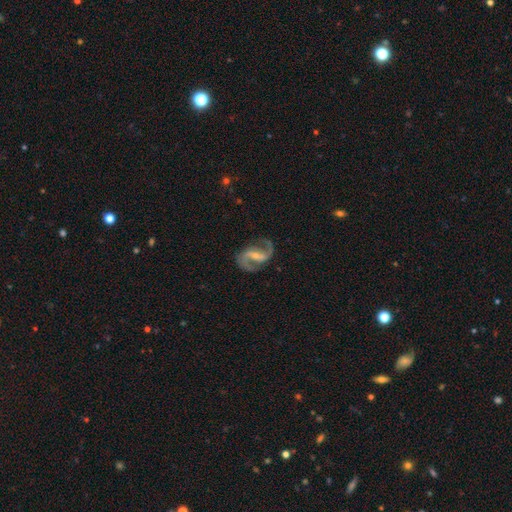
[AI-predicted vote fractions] smooth-or-featured: featured or disk: 92% | star or artifact: 4% | smooth: 4%
  disk-edge-on: no: 98% | yes: 2%
    bar: strong: 47% | weak: 39% | no: 15%
    has-spiral-arms: yes: 98% | no: 2%
      spiral-winding: medium: 52% | loose: 38% | tight: 11%
      spiral-arm-count: 2: 94% | 1: 2% | can't tell: 1% | 3: 1% | 4: 1% | more than 4: 1%
    bulge-size: small: 61% | moderate: 32% | none: 5% | large: 1% | dominant: 1%
  merging: none: 81% | minor disturbance: 12% | major disturbance: 5% | merger: 2%